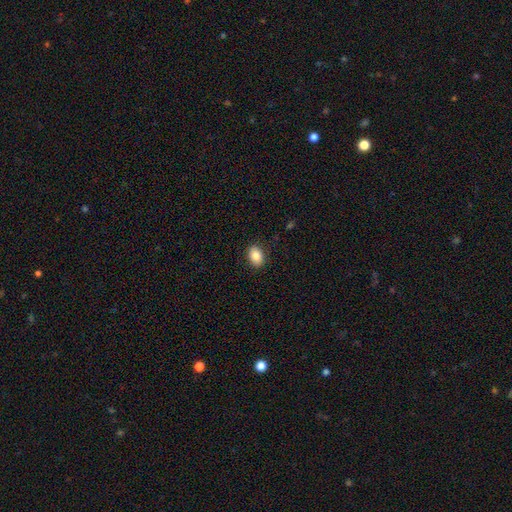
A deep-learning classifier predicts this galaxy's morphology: The model was most divided on "how rounded": in between: 80%, round: 19%, cigar-shaped: 1%. More confident: merging — none (88%); smooth or featured — smooth (85%).